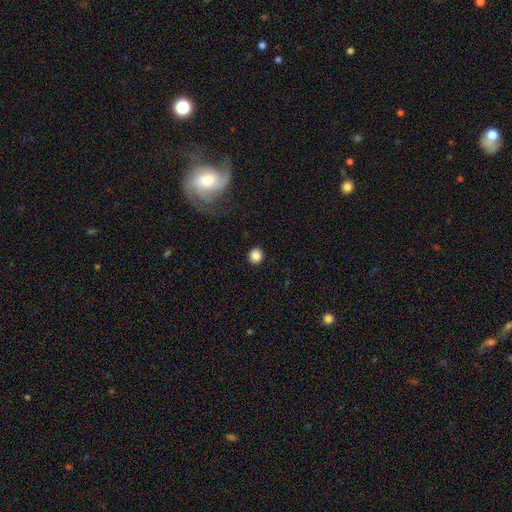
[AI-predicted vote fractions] This is clearly a smooth galaxy (86%). How rounded: clearly round (88%). Merging: clearly none (90%).